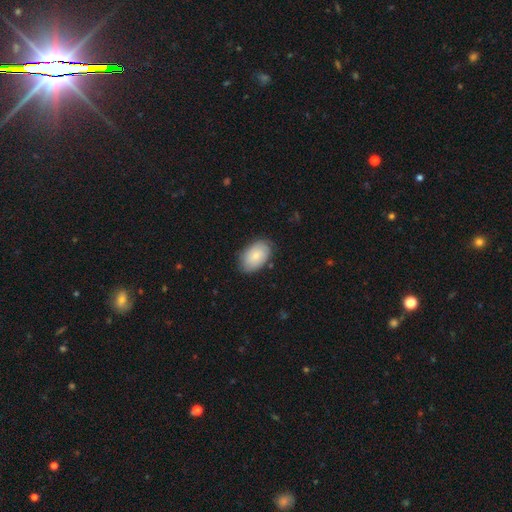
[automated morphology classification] Smooth or featured? Predicted: smooth (p=0.67). How rounded? Predicted: in between (p=0.90). Merging? Predicted: none (p=0.79).